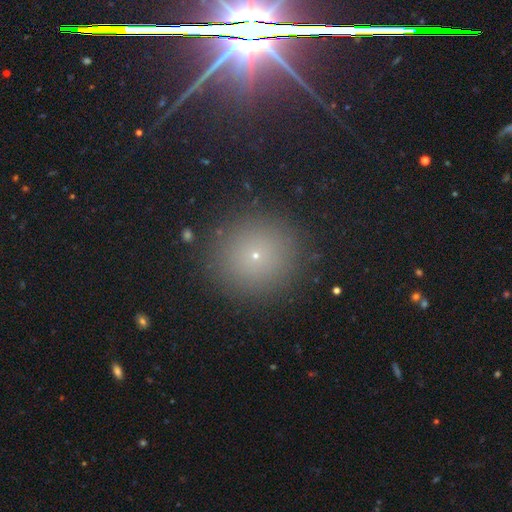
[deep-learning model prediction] A smooth galaxy with no disk features (66%) that is round (94%). Merging: none (91%).